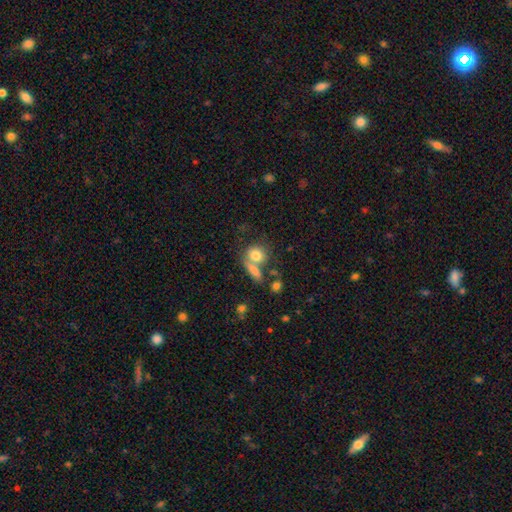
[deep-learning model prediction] smooth_or_featured: smooth (p=0.79) [alt: featured or disk p=0.12]
how_rounded: round (p=0.63) [alt: in between p=0.35]
merging: merger (p=0.41) [tied with: none p=0.41]